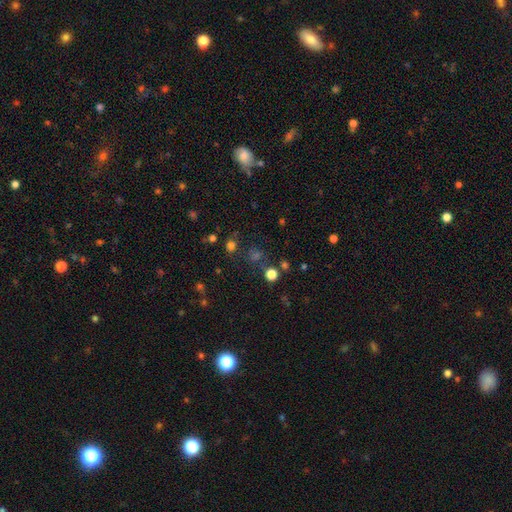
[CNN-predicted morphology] The model was most divided on "smooth or featured": star or artifact: 49%, smooth: 42%, featured or disk: 8%.